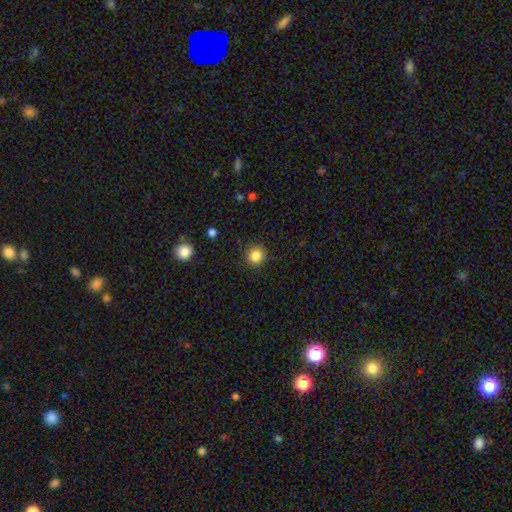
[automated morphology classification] Smooth or featured: smooth — 85% (star or artifact — 11%)
How rounded: round — 93% (in between — 6%)
Merging: none — 90% (minor disturbance — 7%)